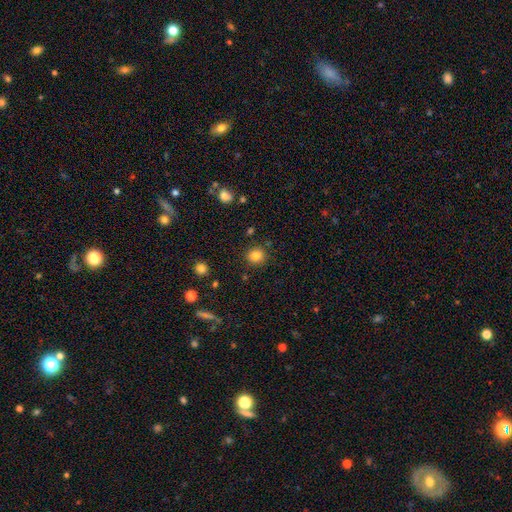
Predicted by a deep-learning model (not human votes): Q: Smooth or featured?
A: smooth (83%); runner-up: star or artifact (12%)
Q: How rounded?
A: round (86%); runner-up: in between (14%)
Q: Merging?
A: none (87%); runner-up: minor disturbance (8%)